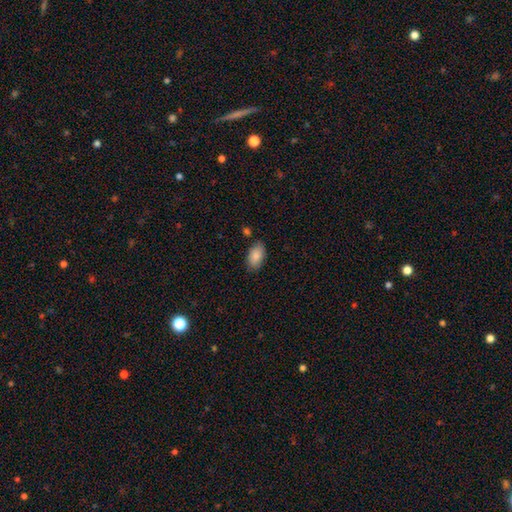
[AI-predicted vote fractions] This appears to be a smooth galaxy with no disk features (87%) that is in between round and cigar-shaped (93%). Merging: none (77%).